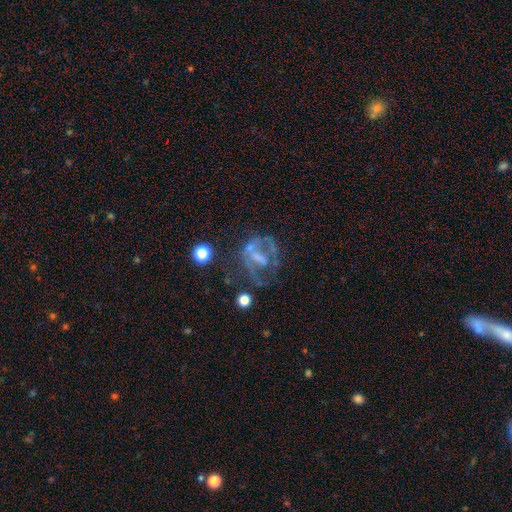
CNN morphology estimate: This is likely a featured or disk galaxy (61%). It is clearly not viewed edge-on (96%). Bar: possibly no (54%). Spiral arm pattern: likely no (67%). Central bulge: possibly none (53%). Merging: marginally none (39%).